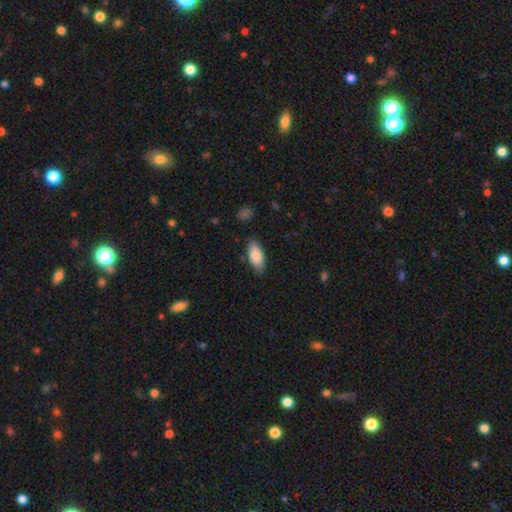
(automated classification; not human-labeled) Smooth or featured?
  - smooth: 83% *
  - featured or disk: 11%
  - star or artifact: 6%
How rounded?
  - in between: 88% *
  - cigar-shaped: 10%
  - round: 2%
Merging?
  - none: 83% *
  - minor disturbance: 14%
  - major disturbance: 2%
  - merger: 1%